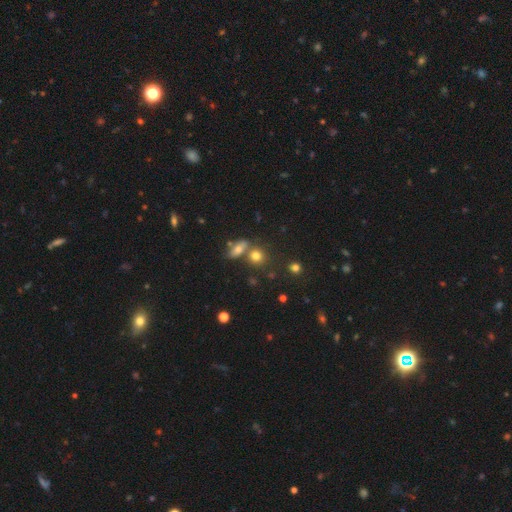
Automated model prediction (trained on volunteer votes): This is likely a smooth galaxy (73%). How rounded: likely round (69%). Merging: likely none (62%).